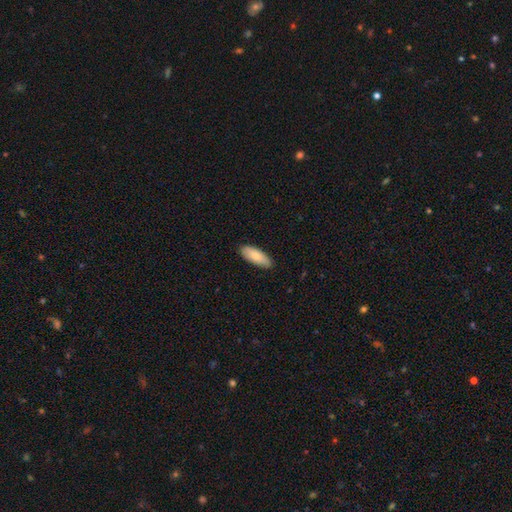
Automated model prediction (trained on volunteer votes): A smooth galaxy with no disk features (81%) that is in between round and cigar-shaped (73%). Merging: none (86%).